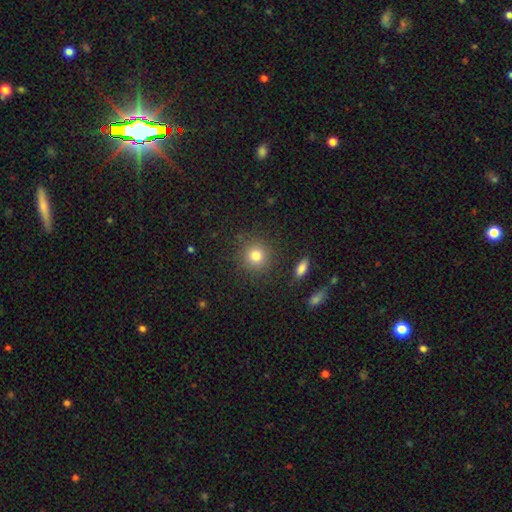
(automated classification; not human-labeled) Overall: smooth (81%). How rounded: round (91%). Merging: none (87%).